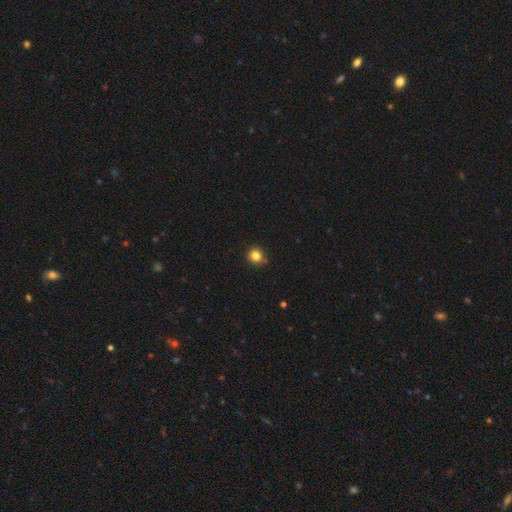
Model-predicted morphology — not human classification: type=smooth (83%); roundness=round (88%); merging=none (82%).